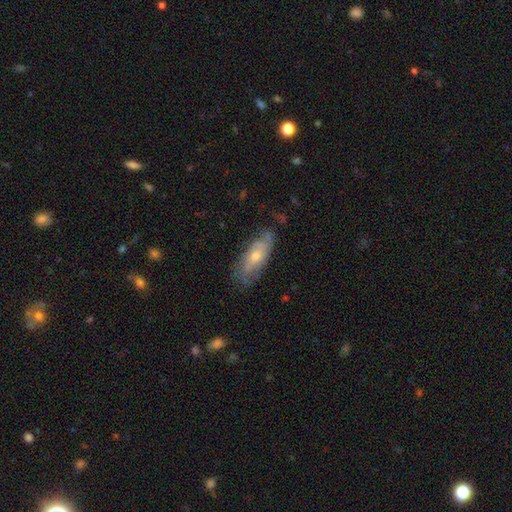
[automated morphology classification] smooth-or-featured: featured or disk: 58% | smooth: 35% | star or artifact: 7%
  disk-edge-on: no: 80% | yes: 20%
  merging: none: 67% | minor disturbance: 24% | major disturbance: 7% | merger: 2%